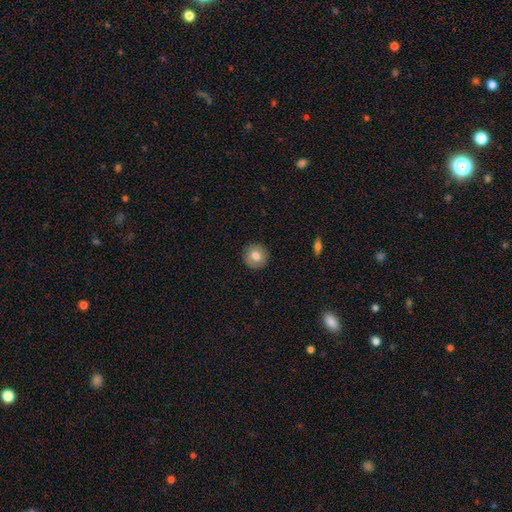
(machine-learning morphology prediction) Q: Smooth or featured?
A: smooth (79%); runner-up: featured or disk (13%)
Q: How rounded?
A: round (95%); runner-up: in between (4%)
Q: Merging?
A: none (92%); runner-up: minor disturbance (6%)